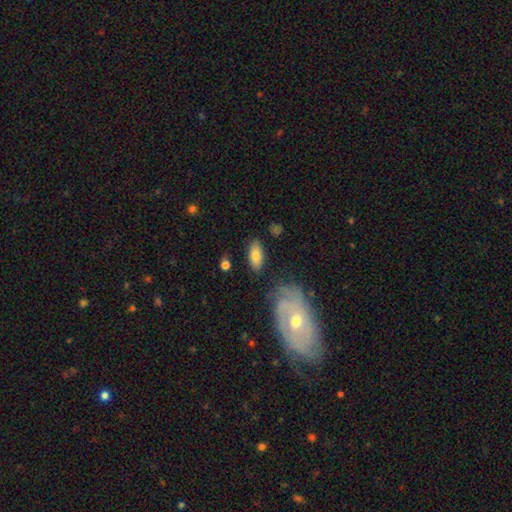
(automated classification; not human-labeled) Smooth or featured?
  - smooth: 76% *
  - featured or disk: 17%
  - star or artifact: 7%
How rounded?
  - in between: 87% *
  - cigar-shaped: 10%
  - round: 3%
Merging?
  - none: 81% *
  - minor disturbance: 12%
  - major disturbance: 4%
  - merger: 4%